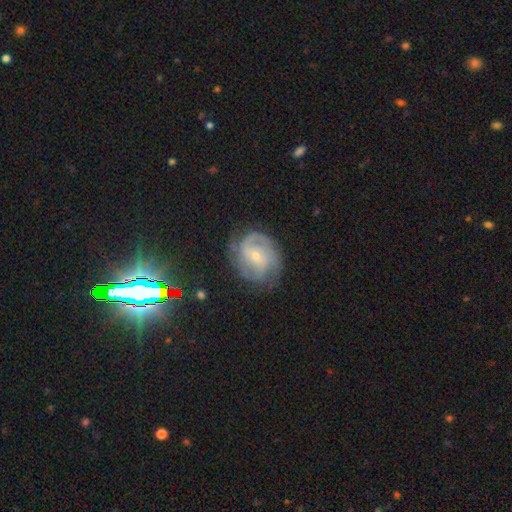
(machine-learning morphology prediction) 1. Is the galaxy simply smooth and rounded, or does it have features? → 82% featured or disk, 11% smooth, 7% star or artifact.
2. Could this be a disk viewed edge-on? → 98% no, 2% yes.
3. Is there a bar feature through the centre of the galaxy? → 53% no, 37% weak, 10% strong.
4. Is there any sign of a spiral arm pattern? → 95% yes, 5% no.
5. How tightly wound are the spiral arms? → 49% tight, 39% medium, 11% loose.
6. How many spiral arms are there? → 34% 2, 26% 3, 23% can't tell, 7% 4, 6% 1, 5% more than 4.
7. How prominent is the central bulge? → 70% small, 27% moderate, 1% none, 1% large, 1% dominant.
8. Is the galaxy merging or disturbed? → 72% none, 19% minor disturbance, 8% major disturbance, 1% merger.